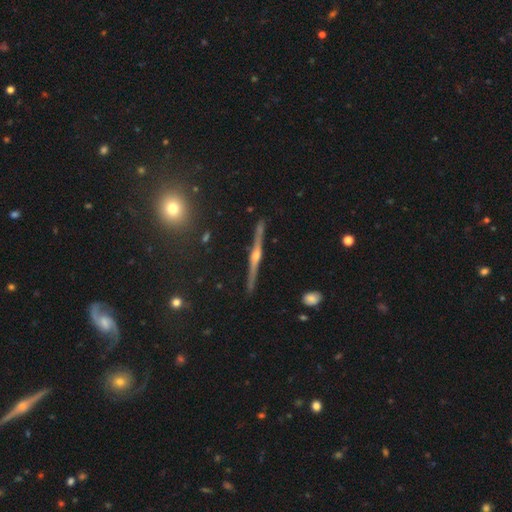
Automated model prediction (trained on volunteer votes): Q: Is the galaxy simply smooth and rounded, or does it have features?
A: featured or disk — 83%.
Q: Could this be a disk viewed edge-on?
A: yes — 98%.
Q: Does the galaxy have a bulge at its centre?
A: rounded — 91%.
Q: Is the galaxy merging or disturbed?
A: none — 90%.